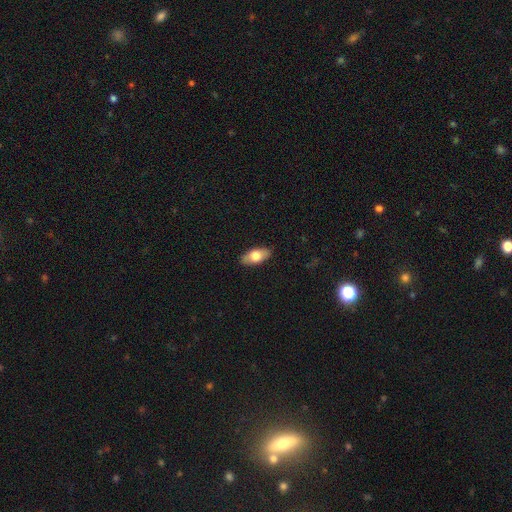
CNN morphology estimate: smooth 71%, featured or disk 23%, star or artifact 6%. Down the decision tree: how rounded — in between (91%); merging — none (87%).